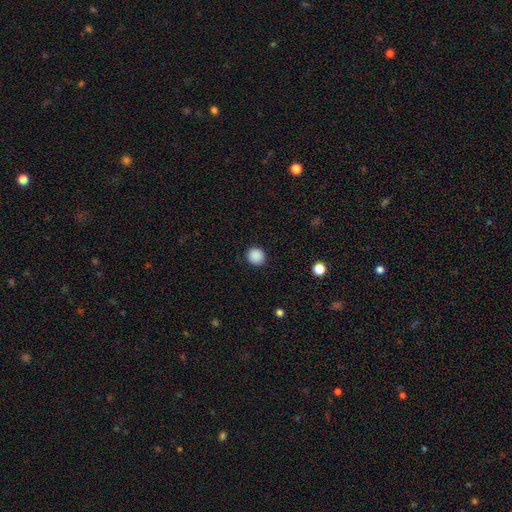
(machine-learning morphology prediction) Overall: smooth (89%). How rounded: round (88%). Merging: none (91%).